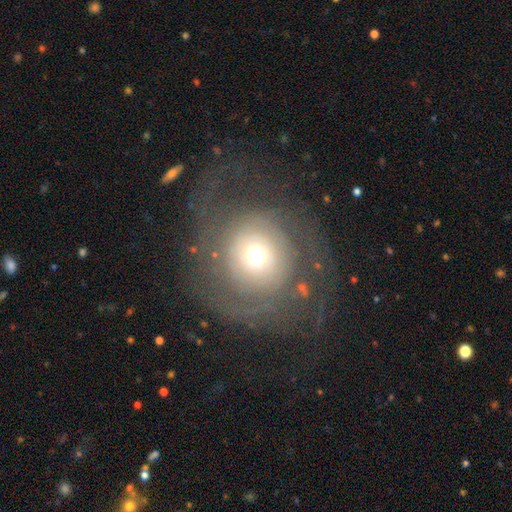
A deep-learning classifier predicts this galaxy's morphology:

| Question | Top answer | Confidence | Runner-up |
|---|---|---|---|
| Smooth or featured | featured or disk | 65% | smooth (26%) |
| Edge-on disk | no | 97% | yes (3%) |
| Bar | no | 84% | weak (12%) |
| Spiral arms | yes | 73% | no (27%) |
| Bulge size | moderate | 56% | small (27%) |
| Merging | none | 58% | major disturbance (25%) |